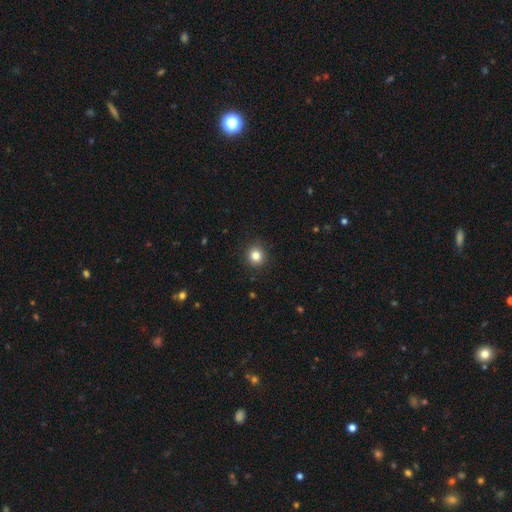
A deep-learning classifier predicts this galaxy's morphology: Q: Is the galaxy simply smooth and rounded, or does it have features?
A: smooth — 83%.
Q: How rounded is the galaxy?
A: round — 91%.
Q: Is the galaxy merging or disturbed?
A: none — 92%.